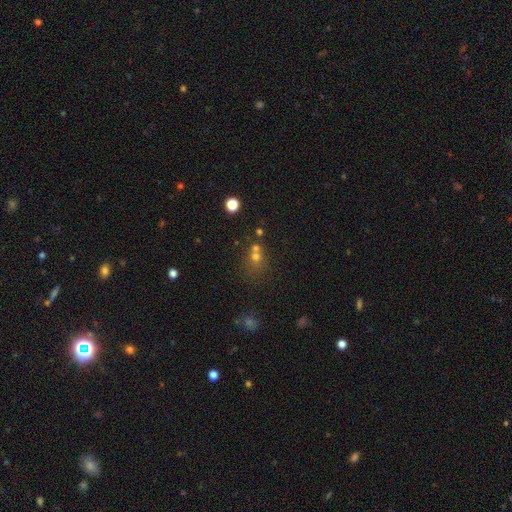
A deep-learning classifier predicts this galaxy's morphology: This appears to be a smooth galaxy with no disk features (55%) that is round (75%). Merging: none (47%).